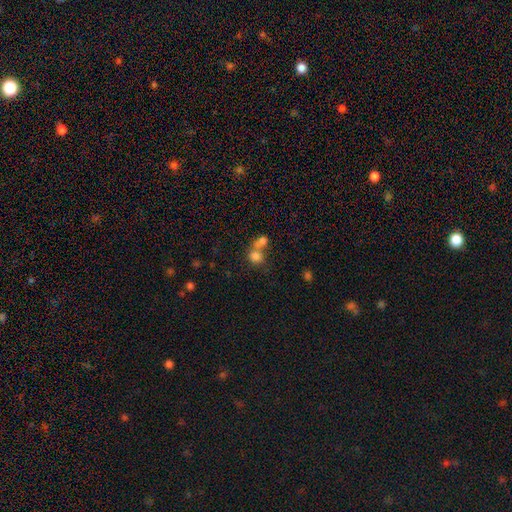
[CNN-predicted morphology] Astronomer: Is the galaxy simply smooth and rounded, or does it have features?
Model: smooth — 75%.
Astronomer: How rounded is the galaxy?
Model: round — 70%.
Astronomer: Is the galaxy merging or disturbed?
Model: merger — 54% (runner-up: none, 33%).